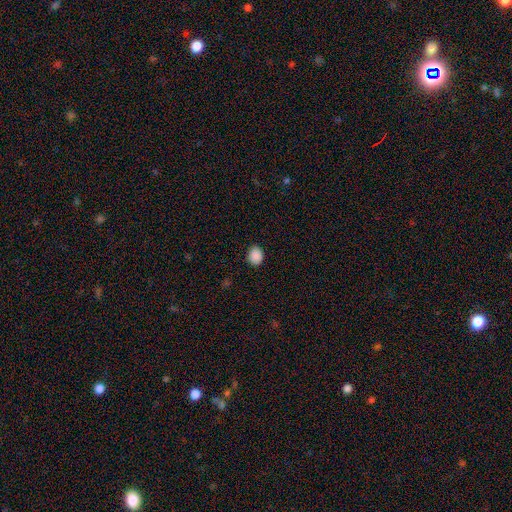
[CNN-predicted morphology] Smooth or featured?
  - smooth: 89% *
  - star or artifact: 8%
  - featured or disk: 3%
How rounded?
  - round: 51% *
  - in between: 48%
  - cigar-shaped: 1%
Merging?
  - none: 87% *
  - minor disturbance: 10%
  - major disturbance: 2%
  - merger: 1%